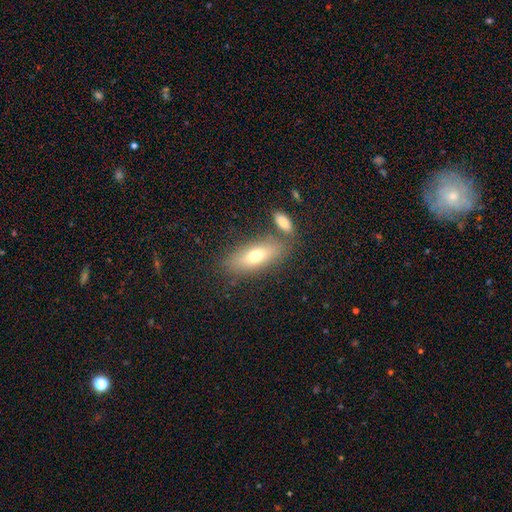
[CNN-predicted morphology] Overall: smooth (66%). How rounded: in between (69%). Merging: none (70%).